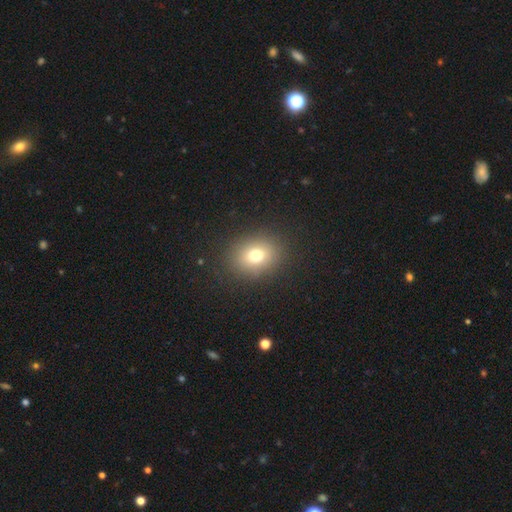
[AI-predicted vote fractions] smooth_or_featured: smooth (p=0.74) [alt: star or artifact p=0.15]
how_rounded: round (p=0.52) [alt: in between p=0.47]
merging: none (p=0.87) [alt: minor disturbance p=0.08]